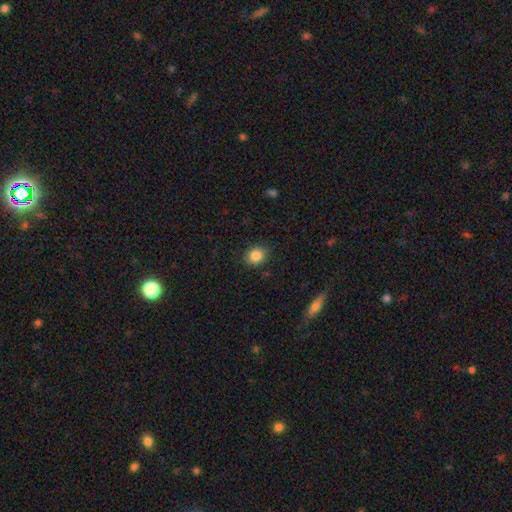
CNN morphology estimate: This is clearly a smooth galaxy (85%). How rounded: likely round (64%). Merging: clearly none (87%).